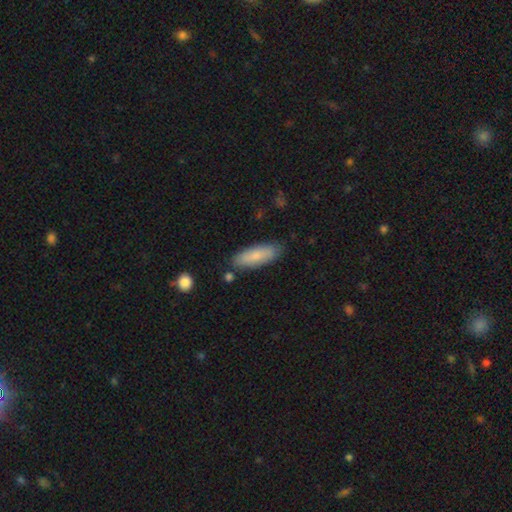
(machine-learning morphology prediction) This appears to be a smooth galaxy with no disk features (80%) that is in between round and cigar-shaped (60%). Merging: none (81%).